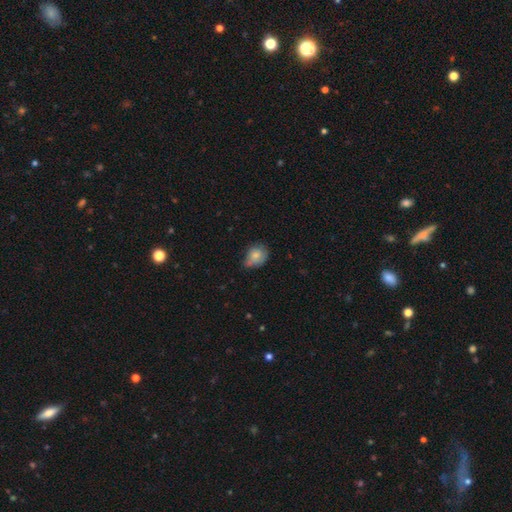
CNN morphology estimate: Q: Smooth or featured?
A: smooth (75%); runner-up: featured or disk (16%)
Q: How rounded?
A: round (53%); runner-up: in between (46%)
Q: Merging?
A: none (44%); runner-up: minor disturbance (41%)